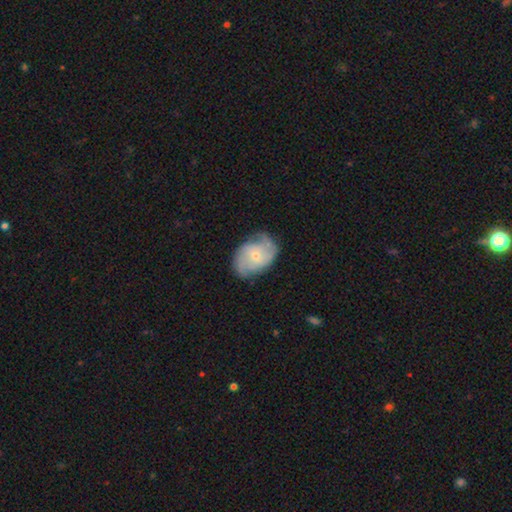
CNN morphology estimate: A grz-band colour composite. It shows a featured or disk galaxy (69%) with no bar (69%), 2 (50%) medium (44%) spiral arms (89%) and a small central bulge (68%). Merging: none (65%).